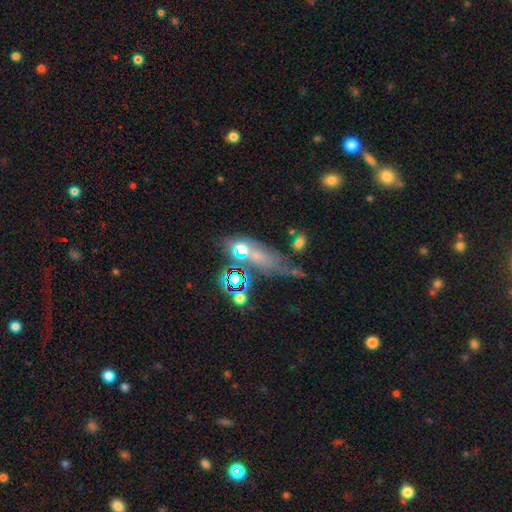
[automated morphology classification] A smooth galaxy with no disk features (40%). Merging: none (41%).